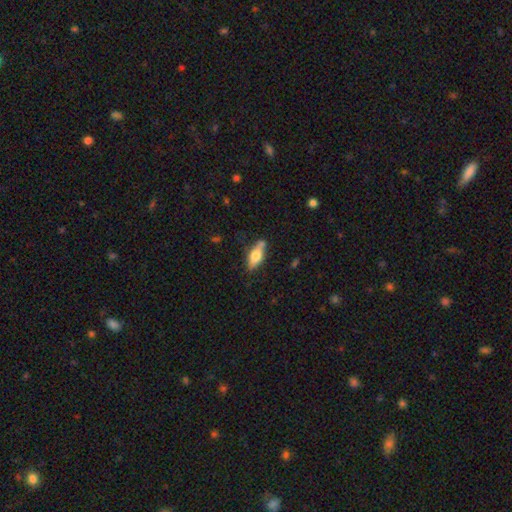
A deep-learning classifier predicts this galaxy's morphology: Smooth or featured? Predicted: smooth (p=0.57). How rounded? Predicted: in between (p=0.66). Merging? Predicted: none (p=0.74).